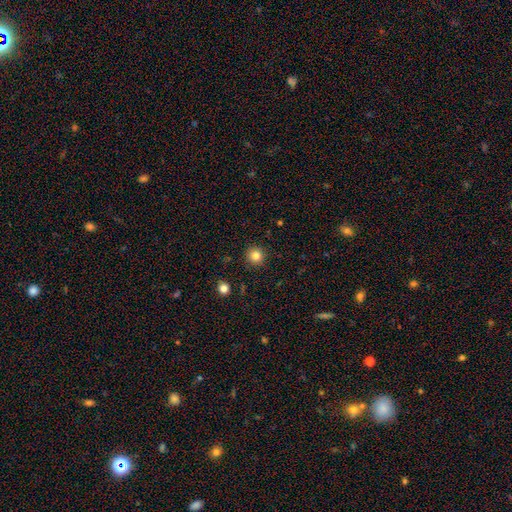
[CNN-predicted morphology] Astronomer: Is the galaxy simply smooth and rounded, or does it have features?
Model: smooth — 82%.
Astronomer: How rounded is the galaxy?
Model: round — 95%.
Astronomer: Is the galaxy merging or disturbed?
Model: none — 92%.